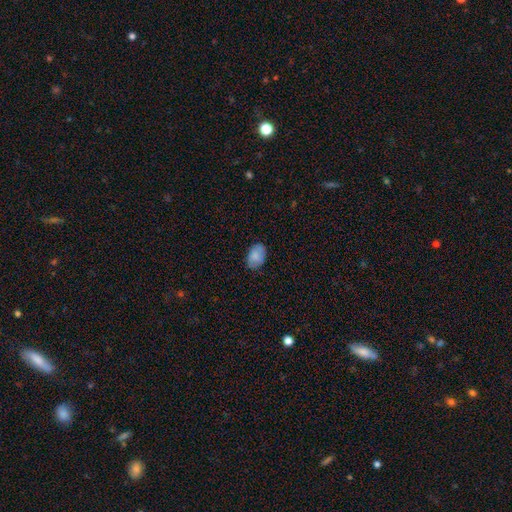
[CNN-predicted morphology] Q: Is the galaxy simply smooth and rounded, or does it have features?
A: smooth — 80%.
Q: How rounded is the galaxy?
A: in between — 87%.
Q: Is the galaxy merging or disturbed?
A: none — 81%.